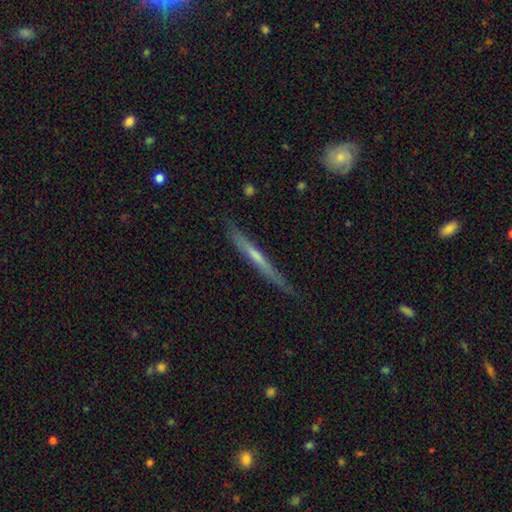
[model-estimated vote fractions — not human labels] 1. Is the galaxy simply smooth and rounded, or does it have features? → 68% featured or disk, 25% smooth, 7% star or artifact.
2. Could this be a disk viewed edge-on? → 96% yes, 4% no.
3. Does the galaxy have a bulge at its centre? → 52% rounded, 42% none, 5% boxy.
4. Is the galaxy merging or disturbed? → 84% none, 12% minor disturbance, 2% major disturbance, 1% merger.